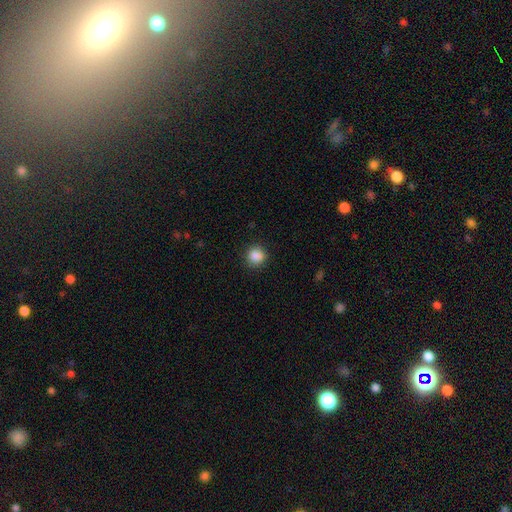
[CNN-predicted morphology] Q: Smooth or featured?
A: smooth (88%); runner-up: star or artifact (9%)
Q: How rounded?
A: round (90%); runner-up: in between (9%)
Q: Merging?
A: none (88%); runner-up: minor disturbance (8%)